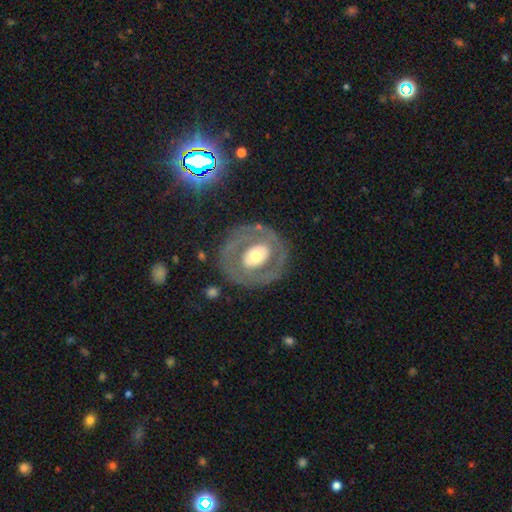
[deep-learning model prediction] featured or disk 65%, smooth 30%, star or artifact 5%. Down the decision tree: edge-on disk — no (95%); bar — no (74%); spiral arms — no (71%); bulge size — moderate (57%); merging — none (75%).